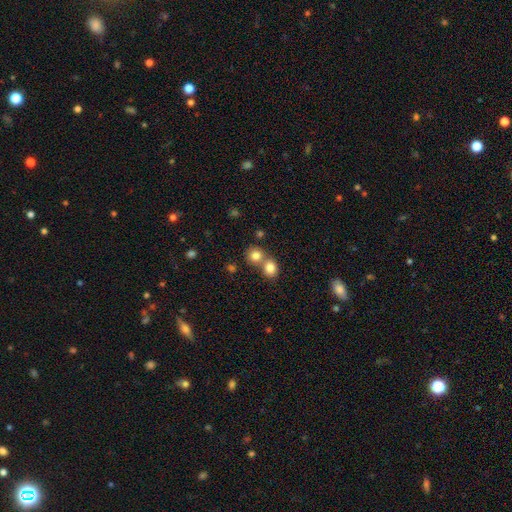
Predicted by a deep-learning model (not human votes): Q: Smooth or featured?
A: smooth (81%); runner-up: star or artifact (11%)
Q: How rounded?
A: round (84%); runner-up: in between (15%)
Q: Merging?
A: none (46%); runner-up: merger (45%)